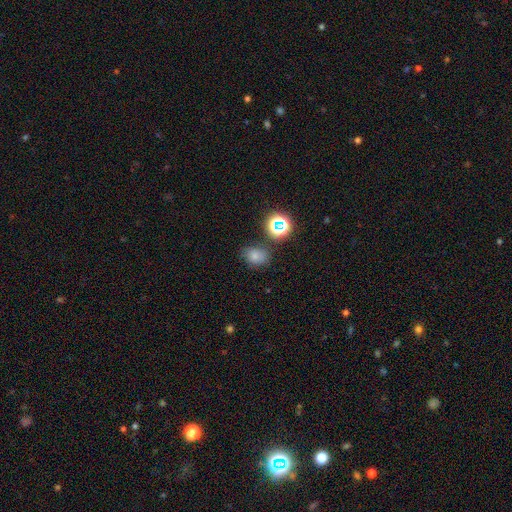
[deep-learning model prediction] Q: Smooth or featured?
A: smooth (69%); runner-up: star or artifact (22%)
Q: How rounded?
A: in between (58%); runner-up: round (41%)
Q: Merging?
A: none (68%); runner-up: minor disturbance (20%)